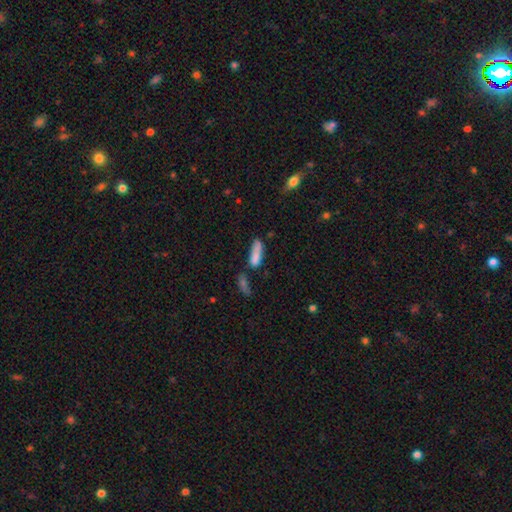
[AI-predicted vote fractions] Smooth or featured: smooth — 80% (featured or disk — 11%)
How rounded: cigar-shaped — 50% (in between — 48%)
Merging: none — 42% (merger — 24%)